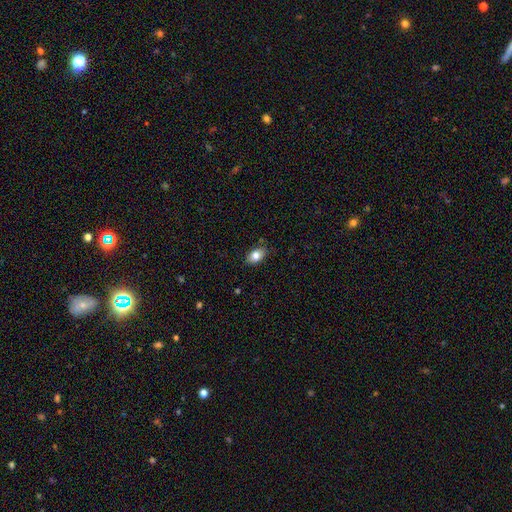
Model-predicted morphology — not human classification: smooth-or-featured: smooth: 80% | featured or disk: 12% | star or artifact: 8%
  how-rounded: in between: 87% | round: 11% | cigar-shaped: 2%
  merging: none: 84% | minor disturbance: 13% | major disturbance: 2% | merger: 1%